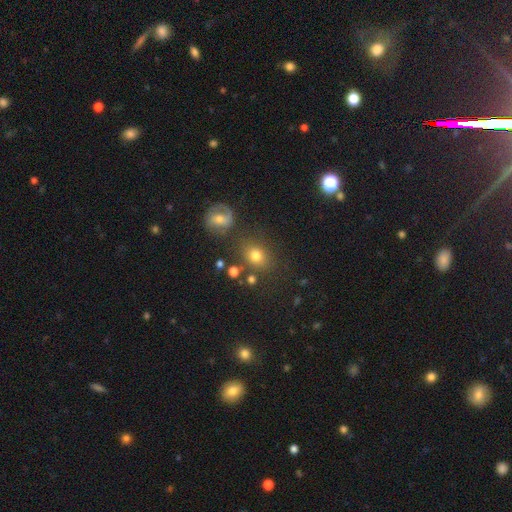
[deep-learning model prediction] smooth_or_featured: smooth (p=0.72) [alt: star or artifact p=0.15]
how_rounded: round (p=0.54) [alt: in between p=0.44]
merging: none (p=0.68) [alt: minor disturbance p=0.14]